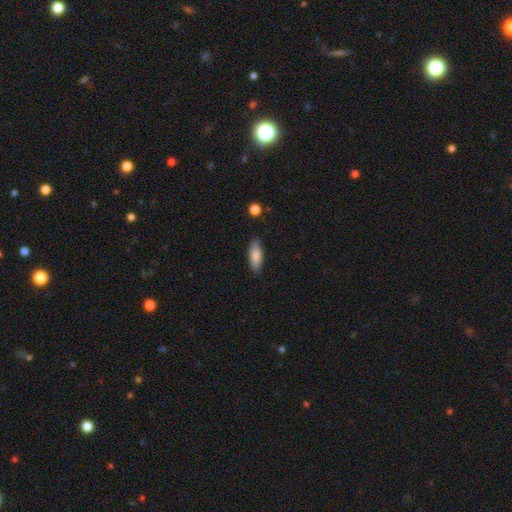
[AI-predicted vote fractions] This appears to be a smooth galaxy with no disk features (82%) that is in between round and cigar-shaped (69%). Merging: none (85%).